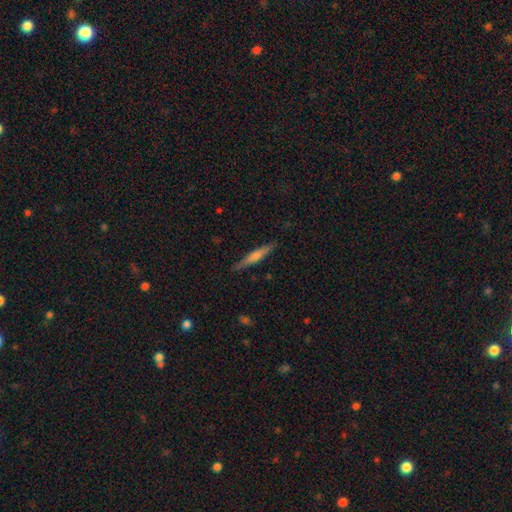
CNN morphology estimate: featured or disk 58%, smooth 35%, star or artifact 7%. Down the decision tree: edge-on disk — yes (97%); edge-on bulge — rounded (66%); merging — none (90%).